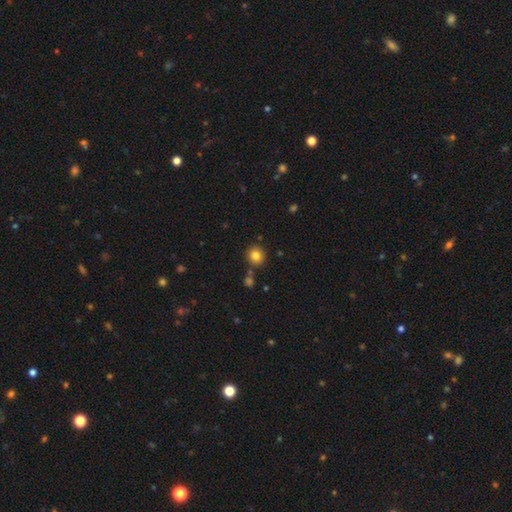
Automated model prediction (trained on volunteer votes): Q: Smooth or featured?
A: smooth (82%); runner-up: star or artifact (12%)
Q: How rounded?
A: round (90%); runner-up: in between (9%)
Q: Merging?
A: none (82%); runner-up: minor disturbance (8%)